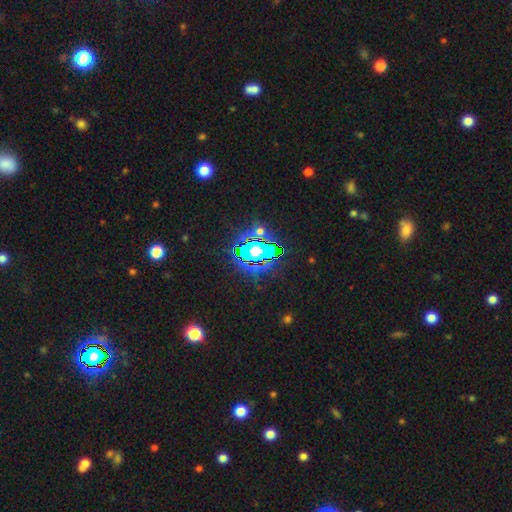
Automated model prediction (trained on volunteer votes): star or artifact 74%, smooth 16%, featured or disk 11%.